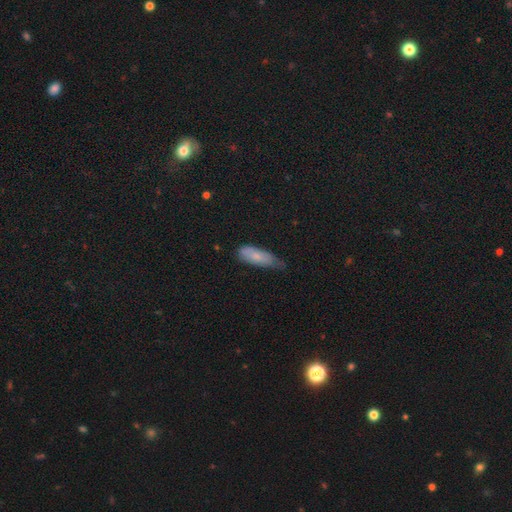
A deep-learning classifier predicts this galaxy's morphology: smooth-or-featured: smooth: 76% | featured or disk: 18% | star or artifact: 7%
  how-rounded: in between: 65% | cigar-shaped: 33% | round: 2%
  merging: minor disturbance: 47% | none: 40% | major disturbance: 11% | merger: 2%